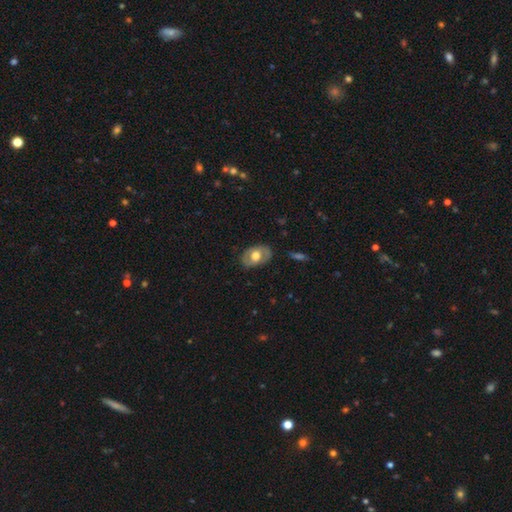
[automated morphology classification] A smooth galaxy with no disk features (50%). Merging: none (79%).